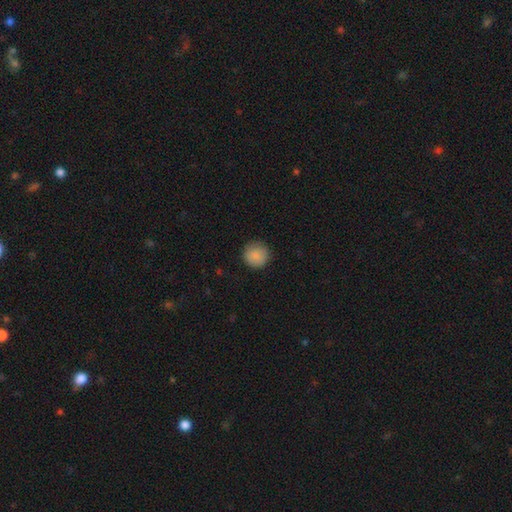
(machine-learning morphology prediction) smooth-or-featured: smooth: 88% | star or artifact: 8% | featured or disk: 5%
  how-rounded: round: 94% | in between: 5% | cigar-shaped: 1%
  merging: none: 87% | minor disturbance: 9% | major disturbance: 2% | merger: 1%